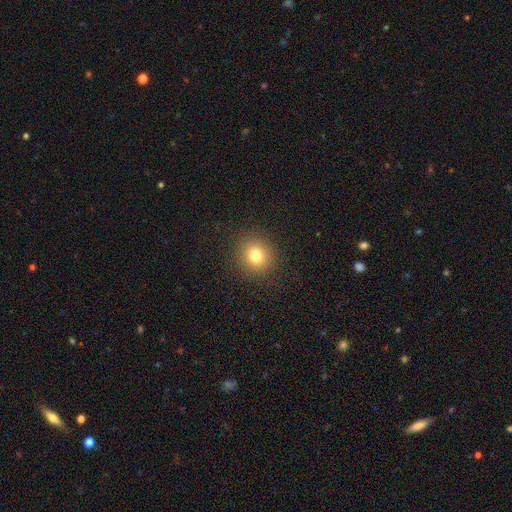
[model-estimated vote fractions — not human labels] Smooth or featured? smooth (78%)
How rounded? round (85%)
Merging? none (90%)